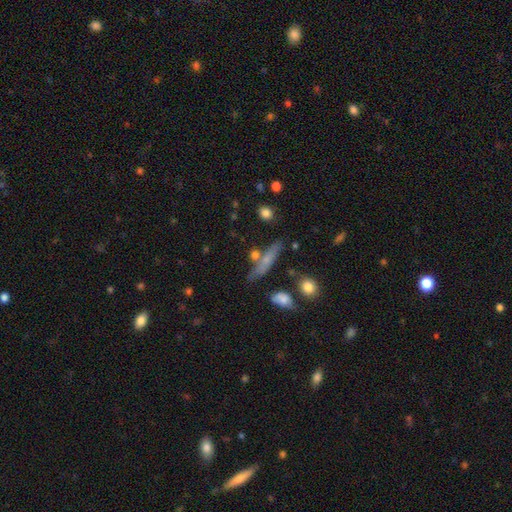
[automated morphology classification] This is likely a smooth galaxy (60%). How rounded: likely cigar-shaped (72%). Merging: likely none (62%).